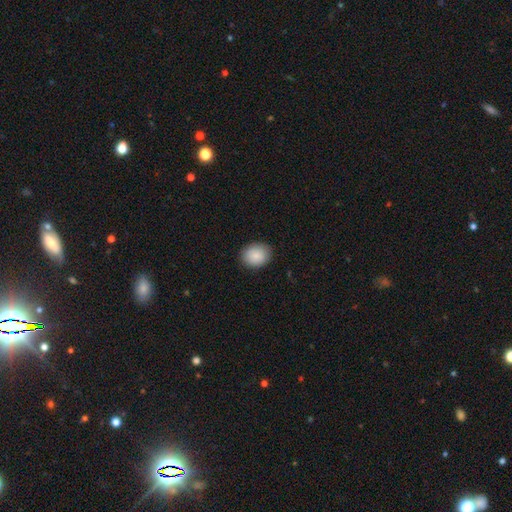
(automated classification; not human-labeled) Morphology: type=smooth (88%); roundness=round (53%); merging=none (88%).